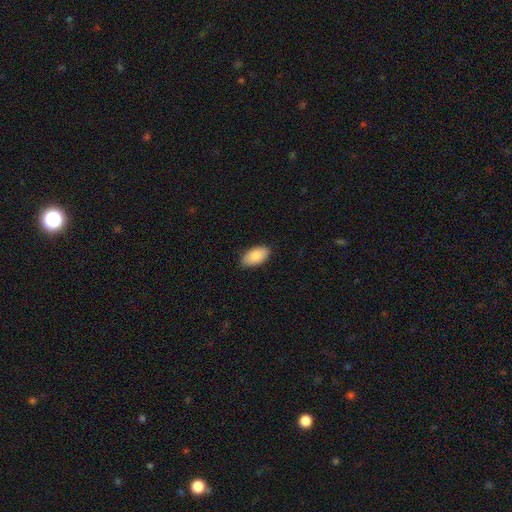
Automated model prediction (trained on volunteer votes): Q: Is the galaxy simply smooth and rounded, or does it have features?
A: smooth — 88%.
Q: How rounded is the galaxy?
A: in between — 95%.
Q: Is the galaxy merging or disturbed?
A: none — 85%.